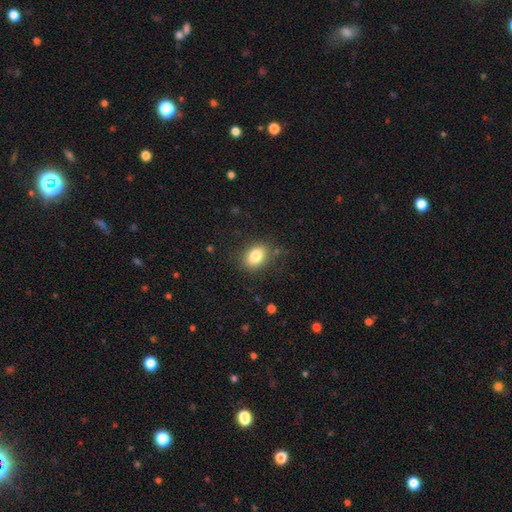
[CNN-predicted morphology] Q: Smooth or featured?
A: smooth (82%); runner-up: star or artifact (9%)
Q: How rounded?
A: in between (72%); runner-up: round (27%)
Q: Merging?
A: none (81%); runner-up: minor disturbance (13%)